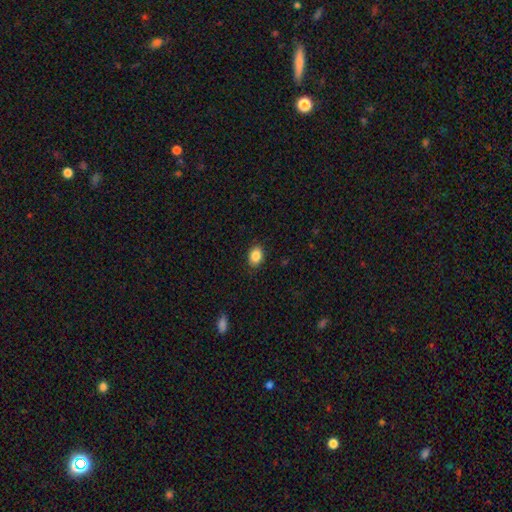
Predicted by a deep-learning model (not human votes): This appears to be a smooth galaxy with no disk features (87%) that is in between round and cigar-shaped (71%). Merging: none (88%).